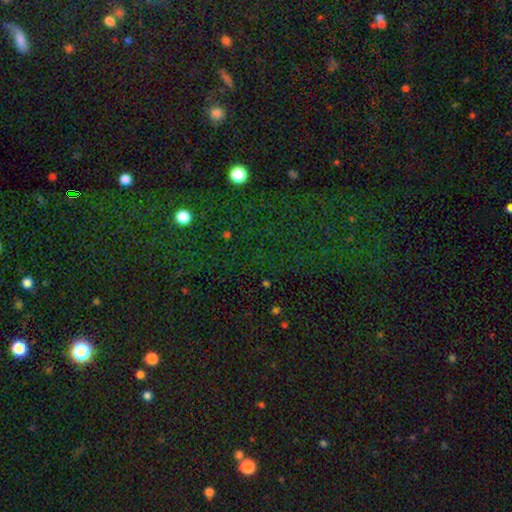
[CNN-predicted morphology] smooth-or-featured: star or artifact: 74% | smooth: 17% | featured or disk: 9%